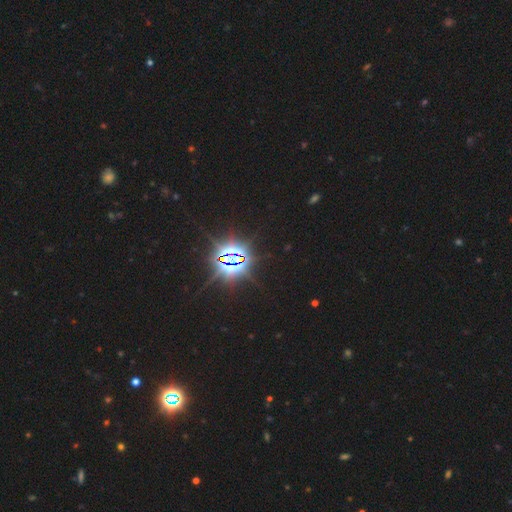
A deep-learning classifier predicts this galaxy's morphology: This is clearly a star or artifact rather than a galaxy (84%).